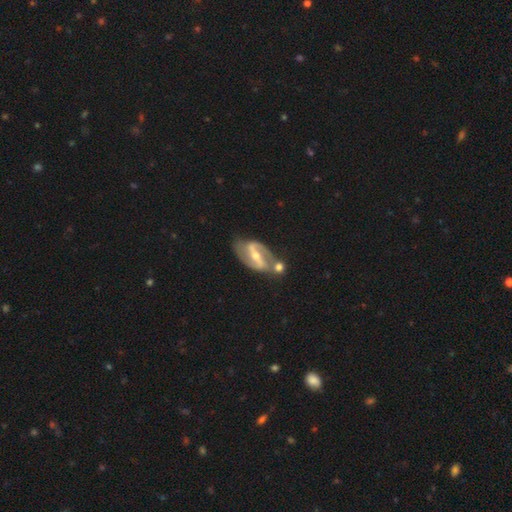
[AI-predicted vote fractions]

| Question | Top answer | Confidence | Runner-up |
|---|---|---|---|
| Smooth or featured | featured or disk | 89% | smooth (6%) |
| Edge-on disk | no | 96% | yes (4%) |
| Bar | strong | 67% | weak (24%) |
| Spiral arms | yes | 95% | no (5%) |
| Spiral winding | medium | 52% | loose (25%) |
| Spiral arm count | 2 | 93% | can't tell (3%) |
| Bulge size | small | 49% | moderate (47%) |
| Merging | none | 62% | merger (18%) |